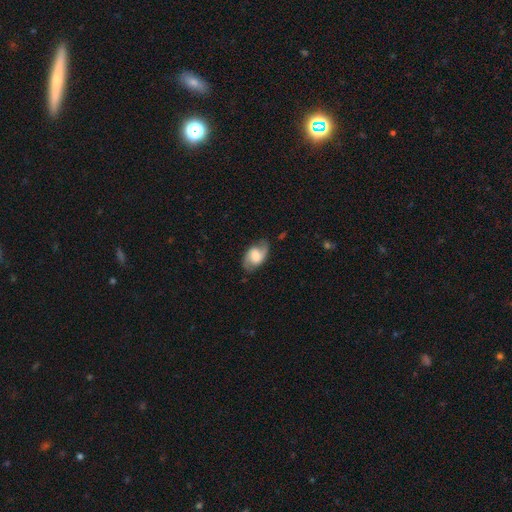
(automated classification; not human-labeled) This is likely a featured or disk galaxy (63%). It is clearly not viewed edge-on (96%). Bar: possibly weak (49%). Spiral arm pattern: clearly yes (91%). Spiral arm count: clearly 2 (89%). Spiral winding: marginally medium (44%). Central bulge: marginally moderate (38%). Merging: likely none (78%).